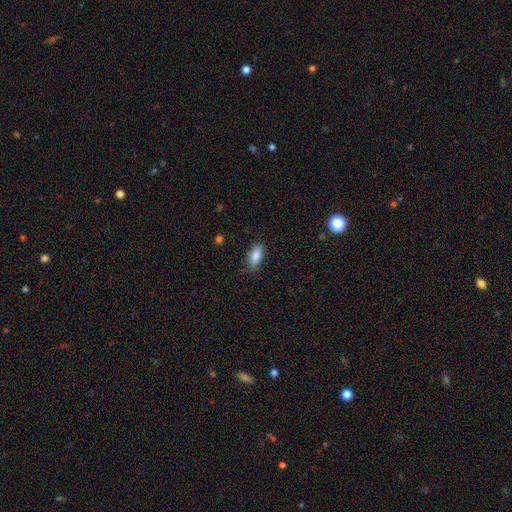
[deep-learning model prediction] A smooth galaxy with no disk features (86%) that is in between round and cigar-shaped (87%).

Vote fractions:
- Smooth or featured? smooth: 86% / star or artifact: 7% / featured or disk: 6%
- How rounded? in between: 87% / cigar-shaped: 10% / round: 3%
- Merging? none: 84% / minor disturbance: 12% / major disturbance: 3% / merger: 1%